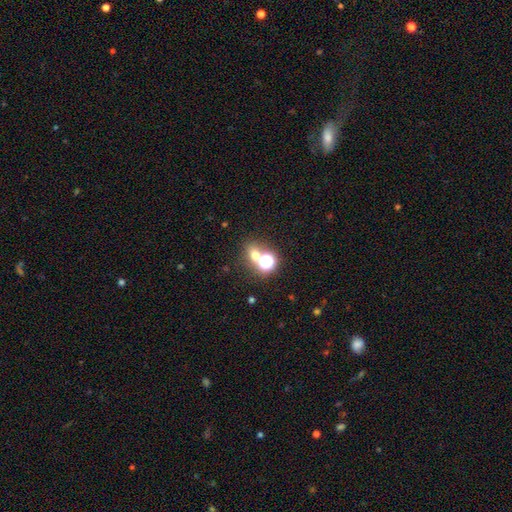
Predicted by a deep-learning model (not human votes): smooth 54%, star or artifact 36%, featured or disk 9%. Down the decision tree: how rounded — round (69%); merging — none (60%).